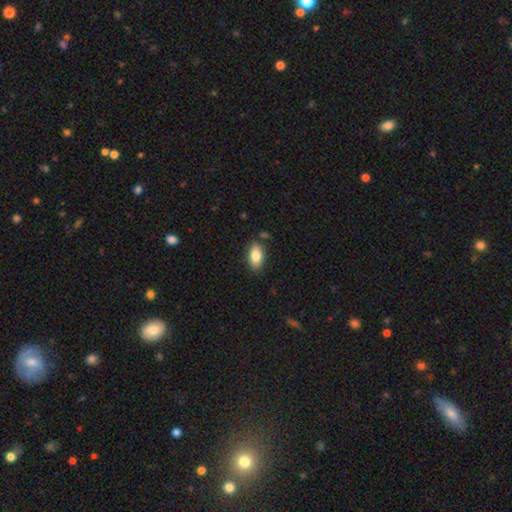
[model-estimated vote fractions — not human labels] A smooth galaxy with no disk features (83%) that is in between round and cigar-shaped (91%).

Vote fractions:
- Smooth or featured? smooth: 83% / featured or disk: 10% / star or artifact: 7%
- How rounded? in between: 91% / round: 5% / cigar-shaped: 4%
- Merging? none: 85% / minor disturbance: 11% / merger: 2% / major disturbance: 2%